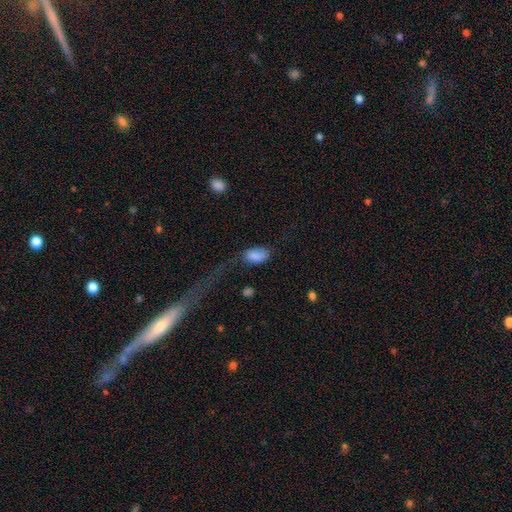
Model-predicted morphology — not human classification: Overall: smooth (82%). How rounded: in between (93%). Merging: none (42%; major disturbance 27%).